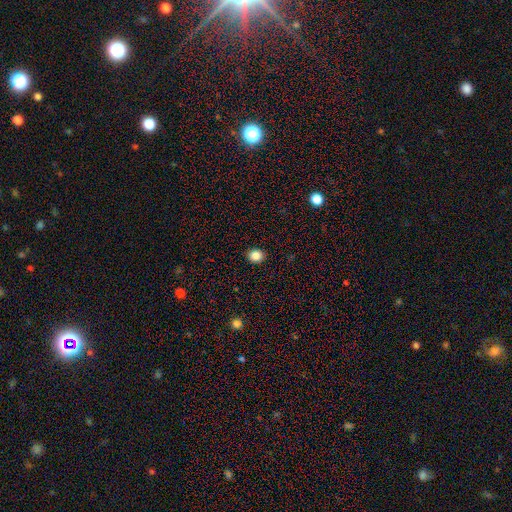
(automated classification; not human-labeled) Smooth or featured? Predicted: smooth (p=0.85). How rounded? Predicted: round (p=0.68). Merging? Predicted: none (p=0.92).